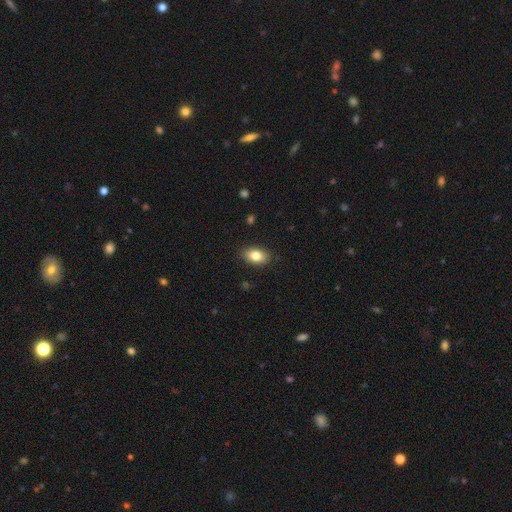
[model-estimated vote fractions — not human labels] smooth-or-featured: smooth: 83% | featured or disk: 9% | star or artifact: 8%
  how-rounded: in between: 88% | round: 11% | cigar-shaped: 2%
  merging: none: 88% | minor disturbance: 9% | major disturbance: 2% | merger: 1%